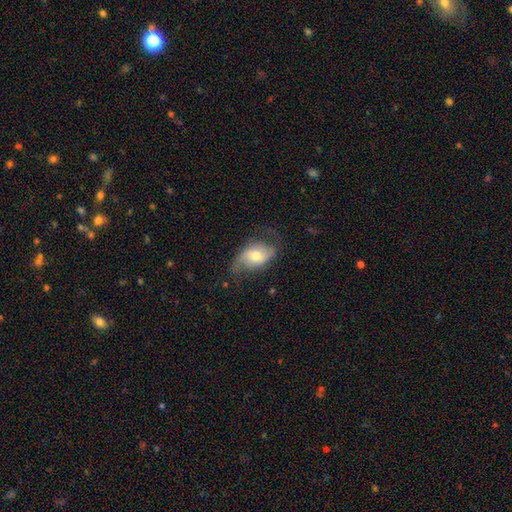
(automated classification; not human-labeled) This is possibly a featured or disk galaxy (52%). It is clearly not viewed edge-on (93%). Merging: possibly none (56%).